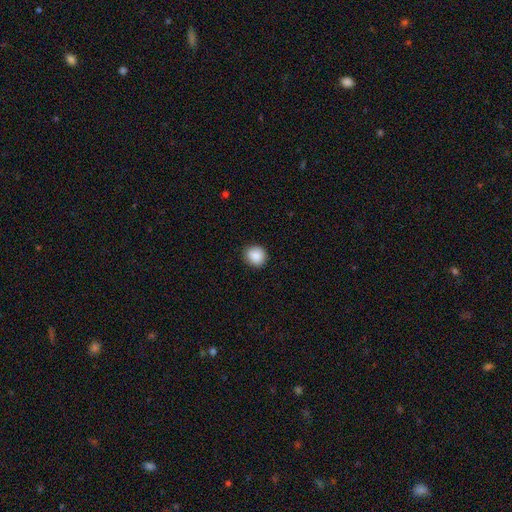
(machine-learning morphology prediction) Overall: smooth (88%). How rounded: round (89%). Merging: none (90%).